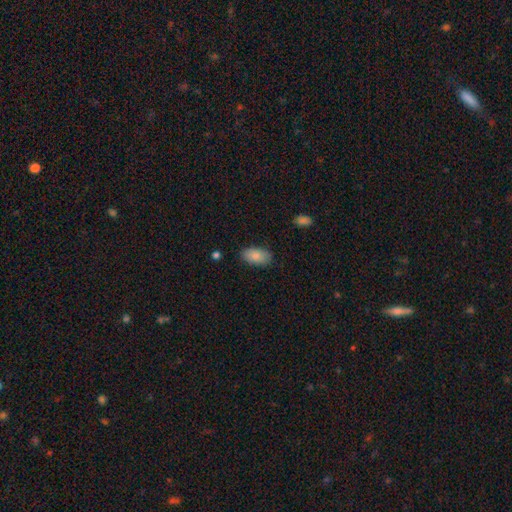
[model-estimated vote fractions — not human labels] smooth-or-featured: smooth: 85% | featured or disk: 9% | star or artifact: 7%
  how-rounded: in between: 94% | round: 4% | cigar-shaped: 2%
  merging: none: 83% | minor disturbance: 13% | major disturbance: 3% | merger: 1%